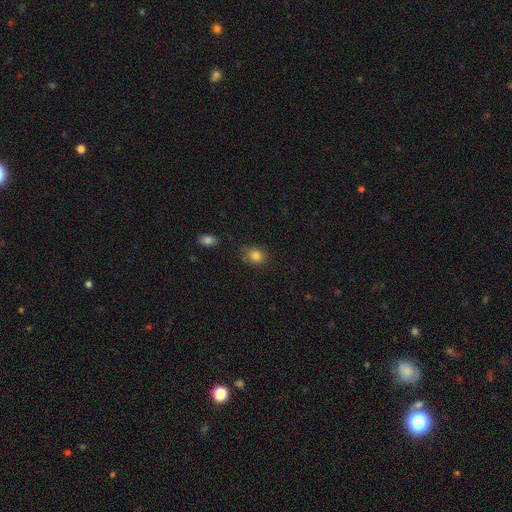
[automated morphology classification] The model was most divided on "how rounded": round: 53%, in between: 46%, cigar-shaped: 1%. More confident: smooth or featured — smooth (83%); merging — none (74%).